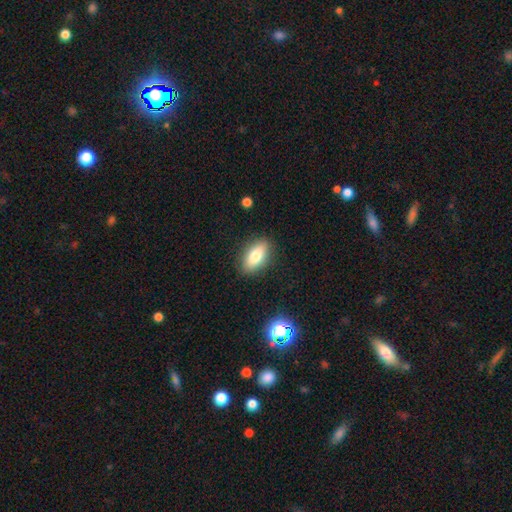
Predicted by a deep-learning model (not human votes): Smooth or featured? Predicted: smooth (p=0.76). How rounded? Predicted: in between (p=0.84). Merging? Predicted: none (p=0.87).